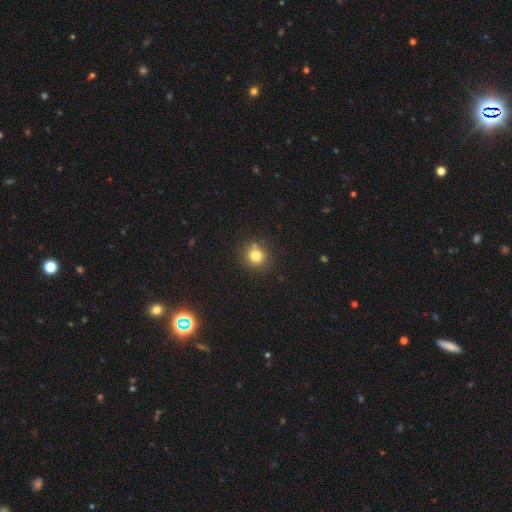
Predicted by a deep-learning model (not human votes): Smooth or featured? Predicted: smooth (p=0.80). How rounded? Predicted: round (p=0.86). Merging? Predicted: none (p=0.82).